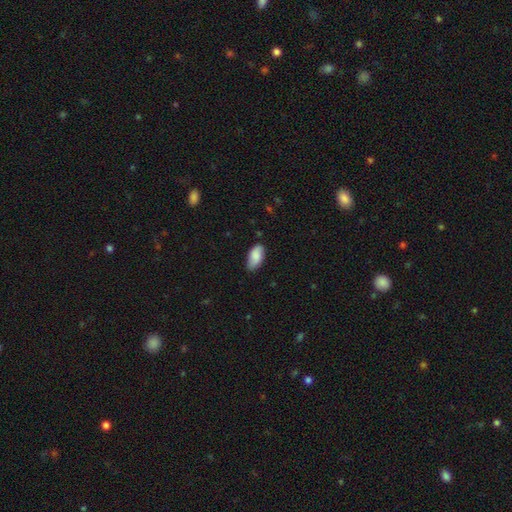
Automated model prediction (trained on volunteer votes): smooth_or_featured: smooth (p=0.85) [alt: featured or disk p=0.09]
how_rounded: in between (p=0.93) [alt: cigar-shaped p=0.05]
merging: none (p=0.76) [alt: minor disturbance p=0.20]